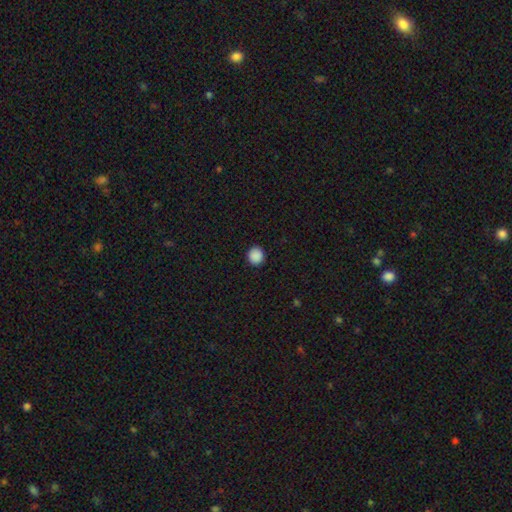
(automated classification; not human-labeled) Q: Smooth or featured?
A: smooth (89%); runner-up: star or artifact (9%)
Q: How rounded?
A: round (92%); runner-up: in between (7%)
Q: Merging?
A: none (93%); runner-up: minor disturbance (5%)